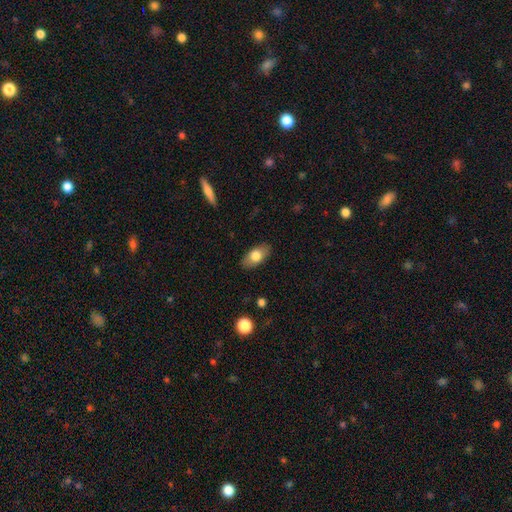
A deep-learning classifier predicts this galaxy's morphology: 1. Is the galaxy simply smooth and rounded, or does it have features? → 75% smooth, 18% featured or disk, 7% star or artifact.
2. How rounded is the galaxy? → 89% in between, 6% round, 5% cigar-shaped.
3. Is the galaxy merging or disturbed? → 86% none, 11% minor disturbance, 3% major disturbance, 1% merger.